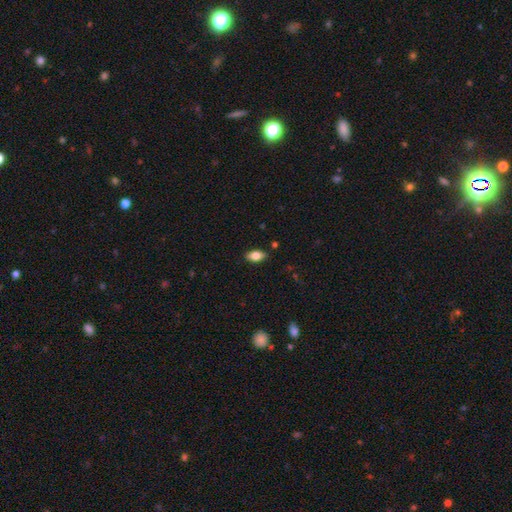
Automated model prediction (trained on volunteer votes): smooth_or_featured: smooth (p=0.79) [alt: featured or disk p=0.13]
how_rounded: in between (p=0.91) [alt: cigar-shaped p=0.06]
merging: none (p=0.87) [alt: minor disturbance p=0.10]